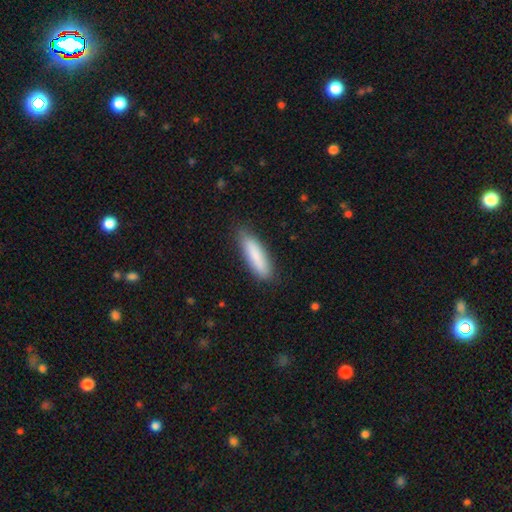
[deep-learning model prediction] This appears to be a smooth galaxy with no disk features (84%) that is cigar-shaped (68%). Merging: none (83%).